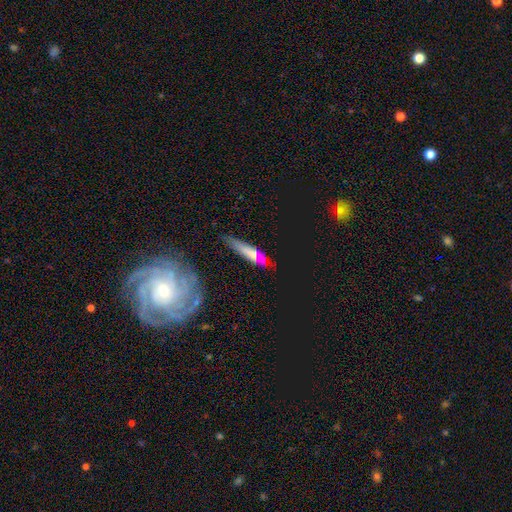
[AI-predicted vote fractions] Smooth or featured? featured or disk (73%)
Edge-on disk? no (77%)
Bar? no (60%)
Spiral arms? yes (93%)
Spiral winding? tight (76%)
Spiral arm count? 3 (25%)
Bulge size? small (53%)
Merging? none (78%)